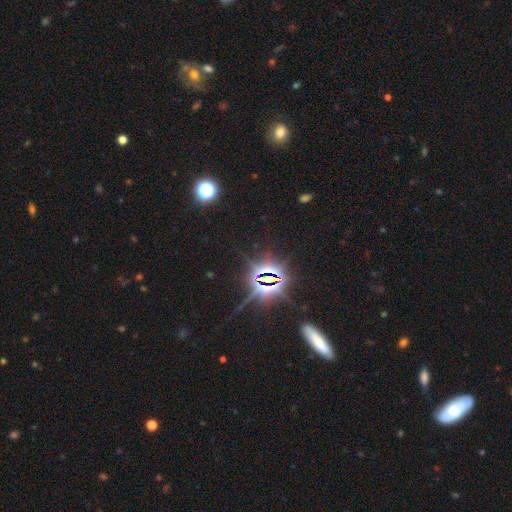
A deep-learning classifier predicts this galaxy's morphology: Q: Smooth or featured?
A: star or artifact (72%); runner-up: smooth (19%)